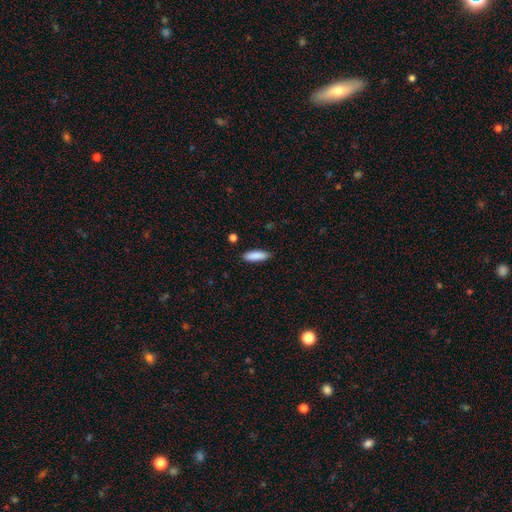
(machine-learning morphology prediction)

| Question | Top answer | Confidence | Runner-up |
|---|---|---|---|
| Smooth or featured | smooth | 88% | featured or disk (6%) |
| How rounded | cigar-shaped | 51% | in between (47%) |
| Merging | none | 86% | minor disturbance (10%) |